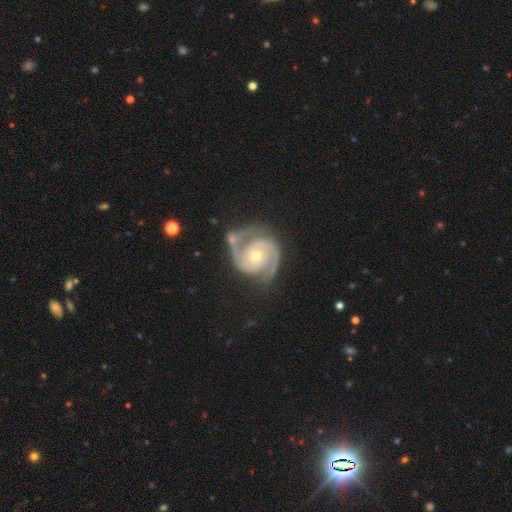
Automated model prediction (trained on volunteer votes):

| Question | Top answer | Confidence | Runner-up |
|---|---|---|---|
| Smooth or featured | featured or disk | 93% | star or artifact (4%) |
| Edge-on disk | no | 98% | yes (2%) |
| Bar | no | 69% | weak (23%) |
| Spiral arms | yes | 98% | no (2%) |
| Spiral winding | tight | 47% | medium (45%) |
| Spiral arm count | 2 | 91% | 3 (4%) |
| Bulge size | moderate | 51% | small (45%) |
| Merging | none | 70% | minor disturbance (18%) |